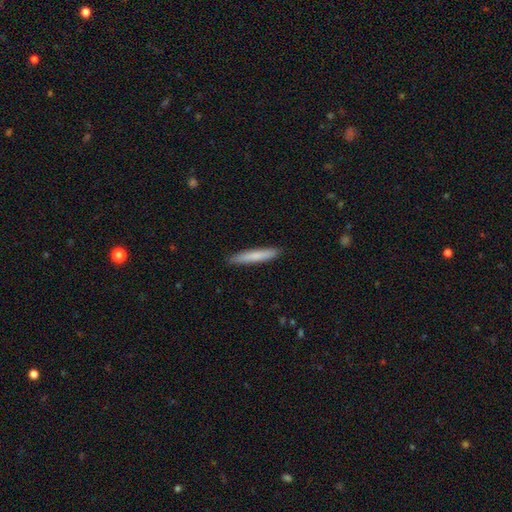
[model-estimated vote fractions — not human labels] This appears to be a smooth galaxy with no disk features (77%) that is cigar-shaped (93%). Merging: none (90%).